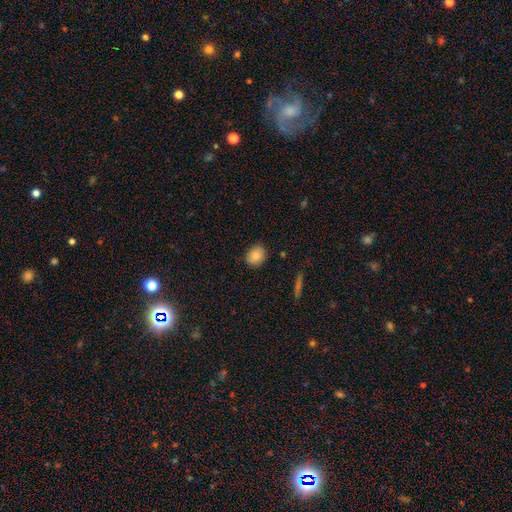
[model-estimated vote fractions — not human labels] smooth_or_featured: smooth (p=0.84) [alt: star or artifact p=0.08]
how_rounded: round (p=0.55) [alt: in between p=0.44]
merging: none (p=0.86) [alt: minor disturbance p=0.11]